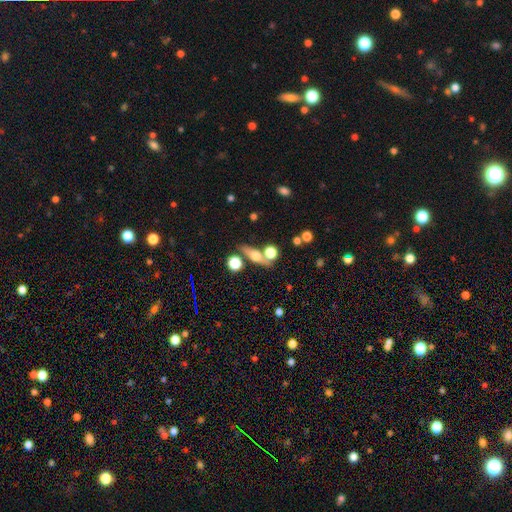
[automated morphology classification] The model was most divided on "smooth or featured": featured or disk: 45%, smooth: 43%, star or artifact: 12%. More confident: merging — none (68%).